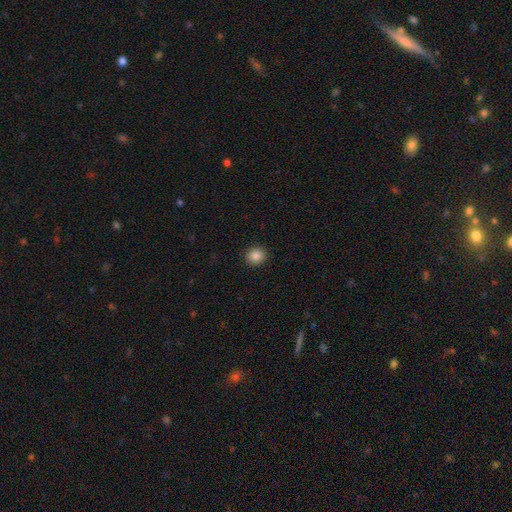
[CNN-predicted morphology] This appears to be a smooth galaxy with no disk features (85%) that is round (83%). Merging: none (92%).